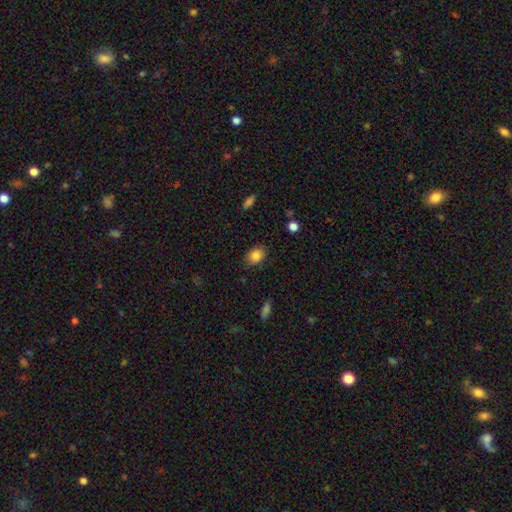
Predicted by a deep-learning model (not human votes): smooth-or-featured: smooth: 85% | star or artifact: 9% | featured or disk: 6%
  how-rounded: in between: 68% | round: 31% | cigar-shaped: 1%
  merging: none: 83% | minor disturbance: 13% | major disturbance: 3% | merger: 1%